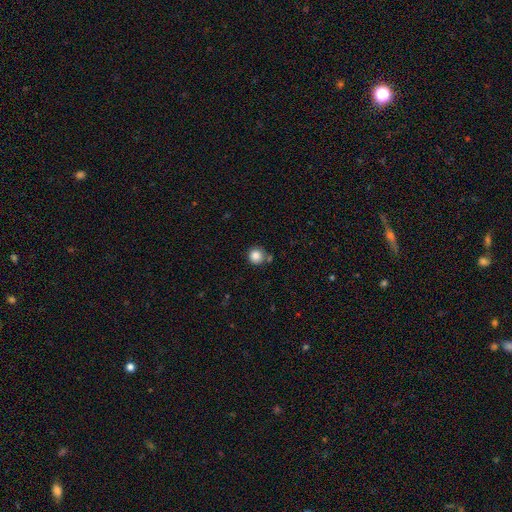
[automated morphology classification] This appears to be a smooth galaxy with no disk features (86%) that is round (94%). Merging: none (77%).